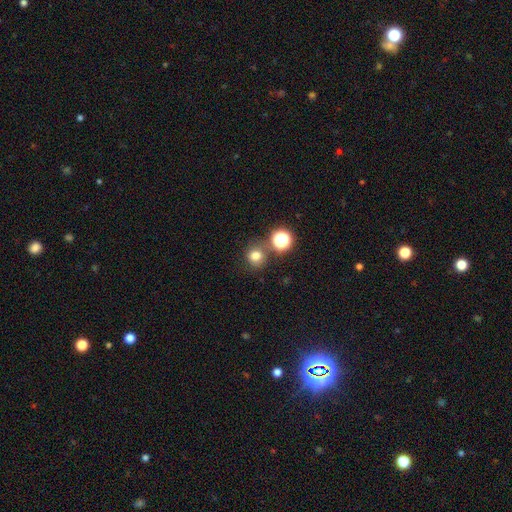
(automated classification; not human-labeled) This is likely a smooth galaxy (75%). How rounded: clearly round (86%). Merging: likely none (72%).